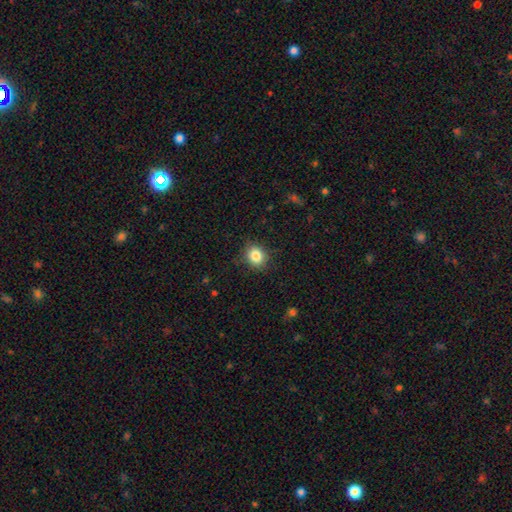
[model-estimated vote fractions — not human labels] Smooth or featured? smooth (85%)
How rounded? round (65%)
Merging? none (85%)